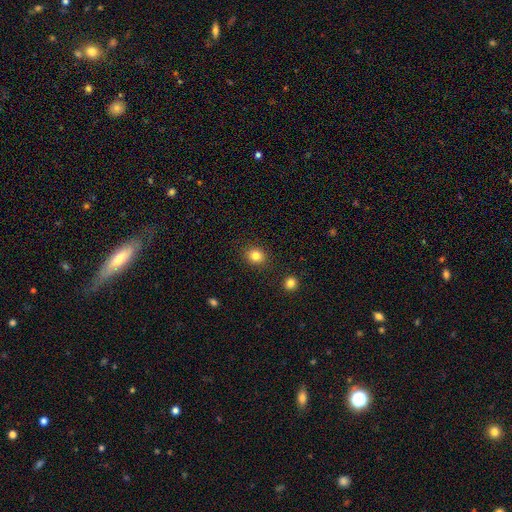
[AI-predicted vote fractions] This appears to be a smooth galaxy with no disk features (83%) that is round (73%). Merging: none (89%).